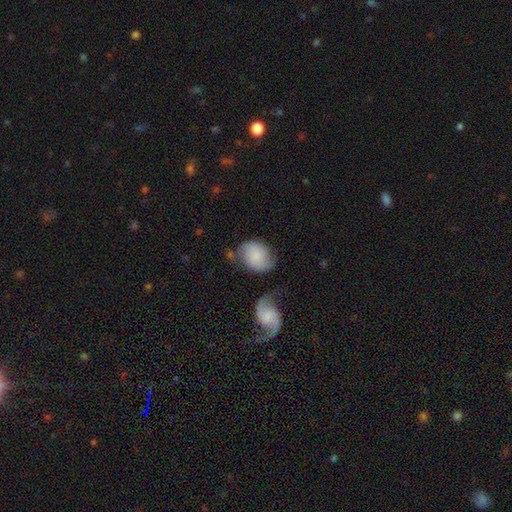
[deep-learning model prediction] Smooth or featured? Predicted: smooth (p=0.65). How rounded? Predicted: in between (p=0.60). Merging? Predicted: none (p=0.49).